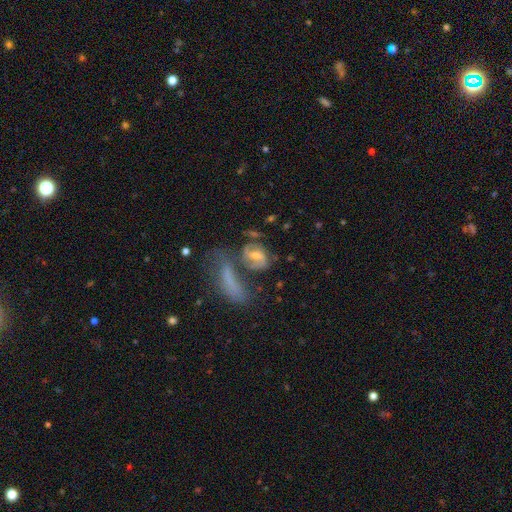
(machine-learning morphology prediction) A featured or disk galaxy (56%) with no bar (43%), spiral arms (67%) and a moderate central bulge (48%).

Vote fractions:
- Smooth or featured? featured or disk: 56% / smooth: 32% / star or artifact: 12%
- Edge-on disk? no: 91% / yes: 9%
- Bar? no: 43% / weak: 37% / strong: 20%
- Spiral arms? yes: 67% / no: 33%
- Bulge size? moderate: 48% / small: 26% / none: 14% / large: 10% / dominant: 3%
- Merging? merger: 36% / none: 32% / major disturbance: 17% / minor disturbance: 15%